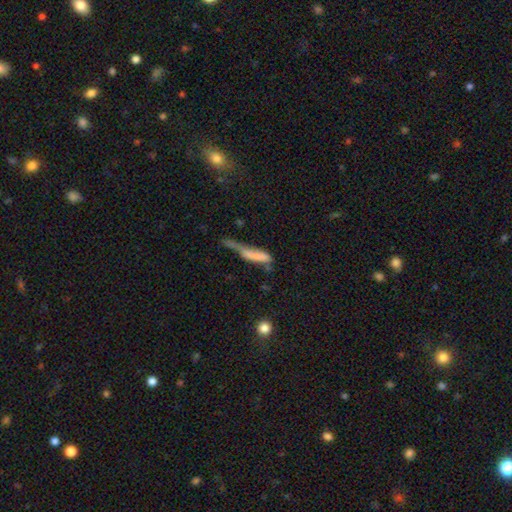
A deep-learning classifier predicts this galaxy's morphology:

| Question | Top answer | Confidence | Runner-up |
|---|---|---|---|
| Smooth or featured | smooth | 62% | featured or disk (28%) |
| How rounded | cigar-shaped | 69% | in between (28%) |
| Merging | major disturbance | 38% | minor disturbance (23%) |